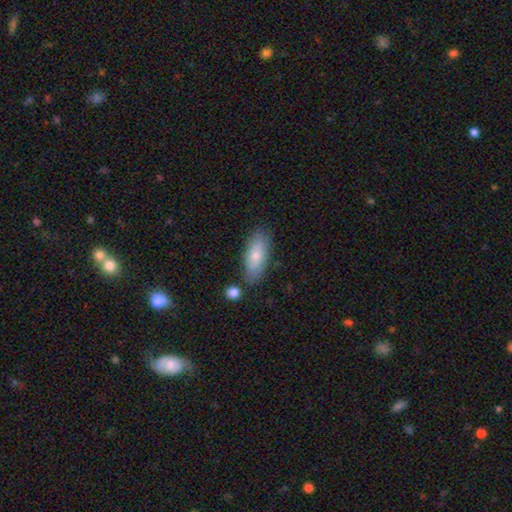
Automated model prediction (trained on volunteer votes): A smooth galaxy with no disk features (74%) that is in between round and cigar-shaped (80%).

Vote fractions:
- Smooth or featured? smooth: 74% / featured or disk: 20% / star or artifact: 6%
- How rounded? in between: 80% / cigar-shaped: 18% / round: 3%
- Merging? none: 75% / minor disturbance: 16% / merger: 6% / major disturbance: 3%